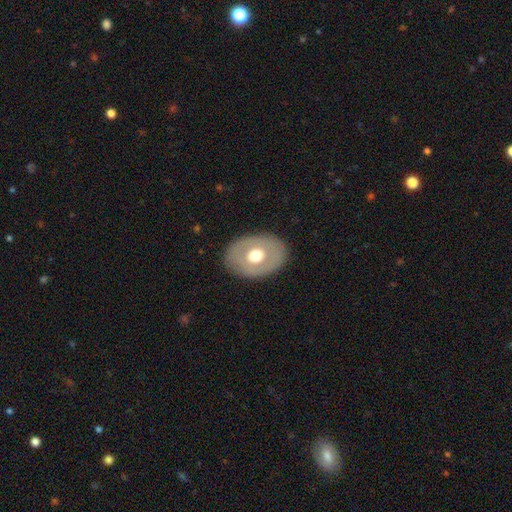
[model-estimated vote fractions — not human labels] This is possibly a smooth galaxy (52%). How rounded: likely in between (71%). Merging: clearly none (85%).